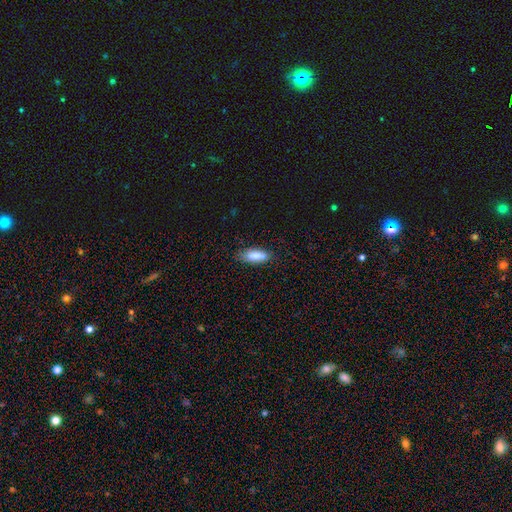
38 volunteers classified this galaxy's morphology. Overall: smooth (84%). How rounded: in between (97%). Merging: none (89%).